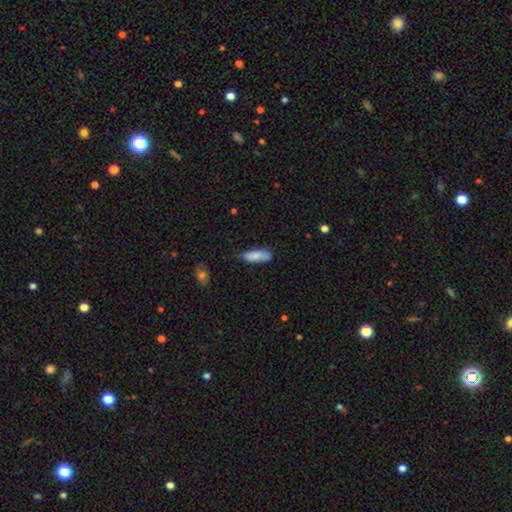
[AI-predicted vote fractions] Smooth or featured? Predicted: smooth (p=0.83). How rounded? Predicted: in between (p=0.67). Merging? Predicted: none (p=0.62).